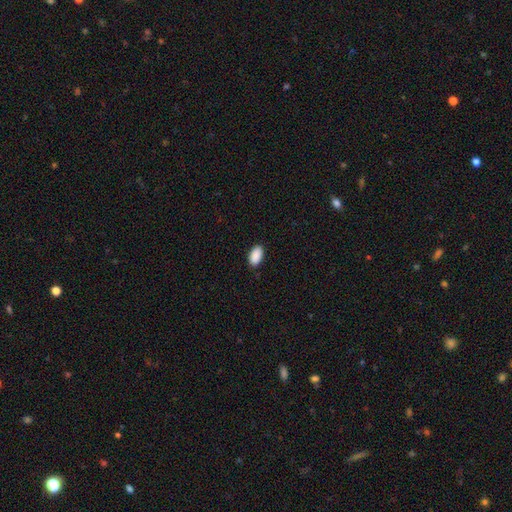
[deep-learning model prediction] smooth_or_featured: smooth (p=0.91) [alt: star or artifact p=0.07]
how_rounded: in between (p=0.94) [alt: round p=0.04]
merging: none (p=0.88) [alt: minor disturbance p=0.09]